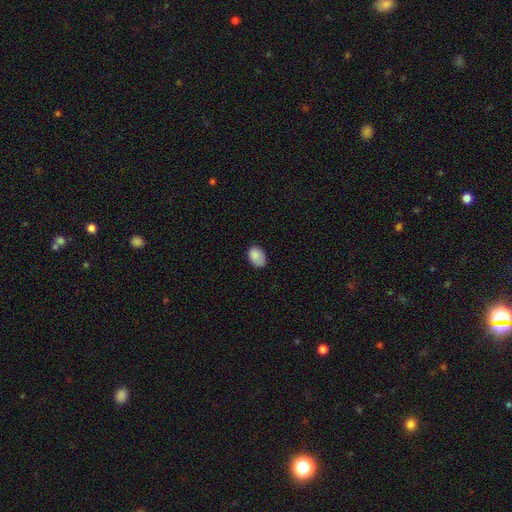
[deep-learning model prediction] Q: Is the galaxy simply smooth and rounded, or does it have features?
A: smooth — 87%.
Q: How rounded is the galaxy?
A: in between — 81%.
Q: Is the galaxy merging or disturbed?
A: none — 73%.